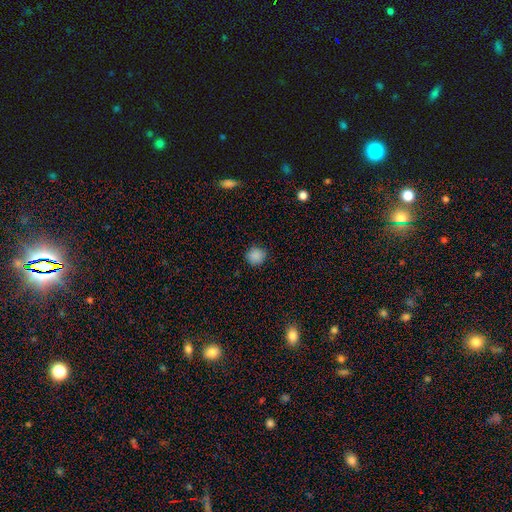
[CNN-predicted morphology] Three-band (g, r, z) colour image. It shows a smooth galaxy with no disk features (87%) that is round (91%). Merging: none (86%).